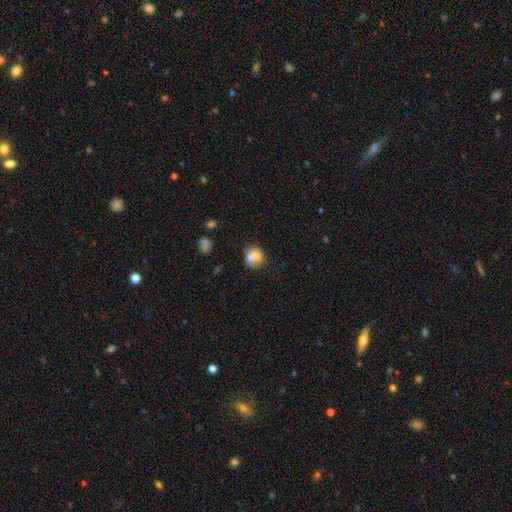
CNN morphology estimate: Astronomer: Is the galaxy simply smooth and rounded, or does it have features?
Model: smooth — 72%.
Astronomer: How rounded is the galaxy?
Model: round — 74%.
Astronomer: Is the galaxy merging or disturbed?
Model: merger — 49% (runner-up: none, 36%).